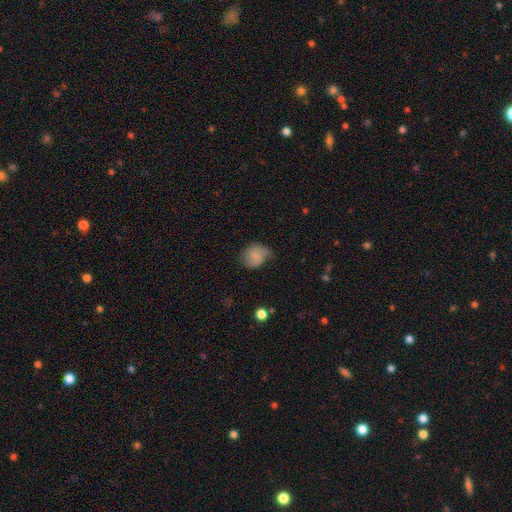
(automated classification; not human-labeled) smooth 67%, featured or disk 25%, star or artifact 8%. Down the decision tree: how rounded — round (59%); merging — none (46%).